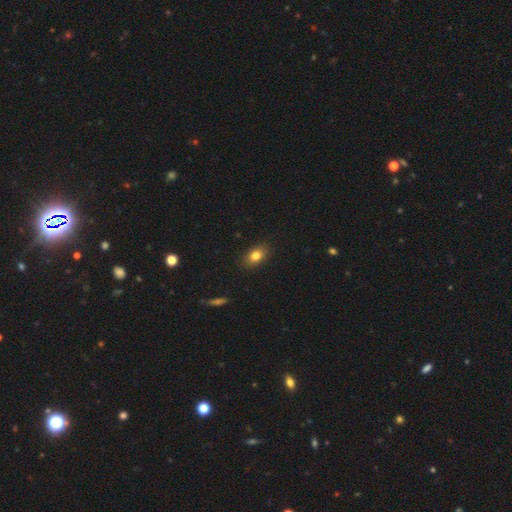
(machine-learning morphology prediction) smooth 81%, star or artifact 10%, featured or disk 9%. Down the decision tree: how rounded — in between (78%); merging — none (87%).